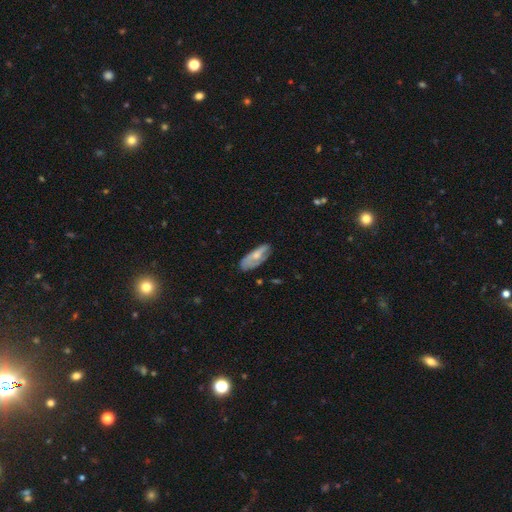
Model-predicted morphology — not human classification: Smooth or featured? Predicted: smooth (p=0.57). How rounded? Predicted: in between (p=0.78). Merging? Predicted: none (p=0.53).